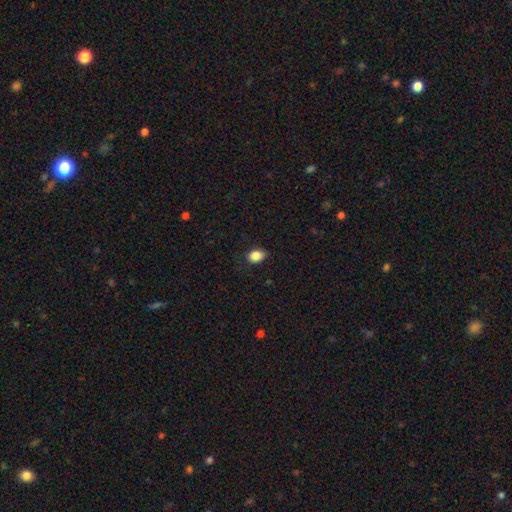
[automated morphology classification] A smooth galaxy with no disk features (88%) that is in between round and cigar-shaped (77%). Merging: none (82%).